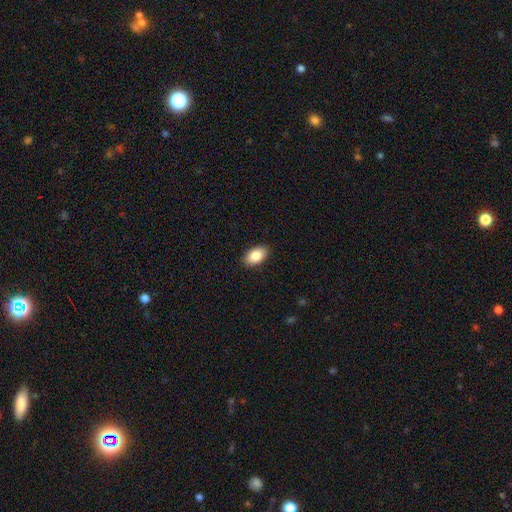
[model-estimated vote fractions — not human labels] Smooth or featured? Predicted: smooth (p=0.86). How rounded? Predicted: in between (p=0.93). Merging? Predicted: none (p=0.89).